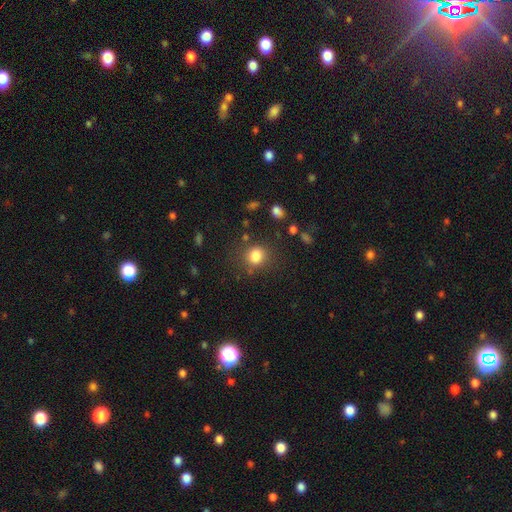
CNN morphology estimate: Overall: smooth (82%). How rounded: round (72%). Merging: none (76%).